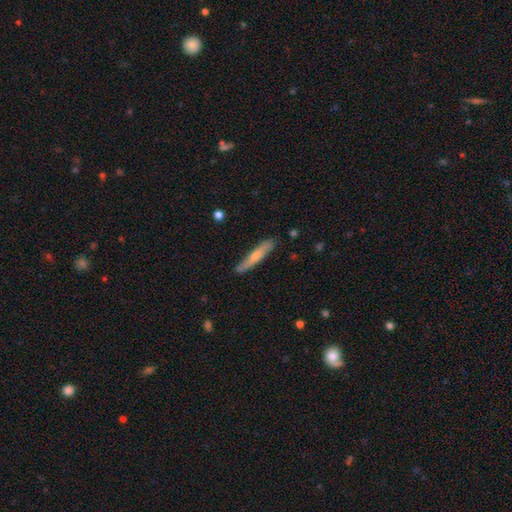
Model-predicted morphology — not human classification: Smooth or featured?
  - smooth: 57% *
  - featured or disk: 38%
  - star or artifact: 5%
How rounded?
  - cigar-shaped: 91% *
  - in between: 7%
  - round: 1%
Merging?
  - none: 83% *
  - minor disturbance: 13%
  - major disturbance: 2%
  - merger: 2%